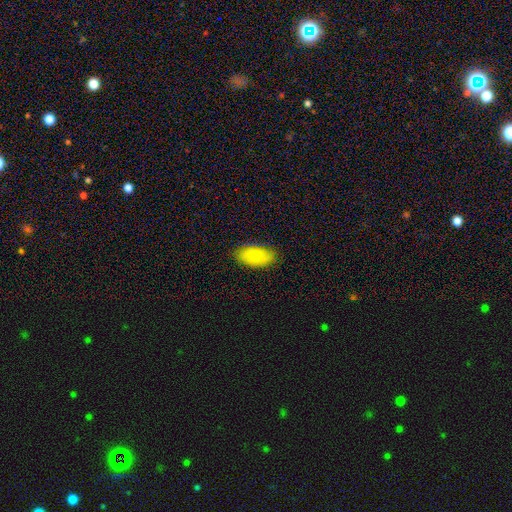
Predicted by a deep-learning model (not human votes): Smooth or featured?
  - smooth: 80% *
  - featured or disk: 14%
  - star or artifact: 6%
How rounded?
  - in between: 94% *
  - round: 4%
  - cigar-shaped: 2%
Merging?
  - none: 85% *
  - minor disturbance: 12%
  - major disturbance: 3%
  - merger: 1%